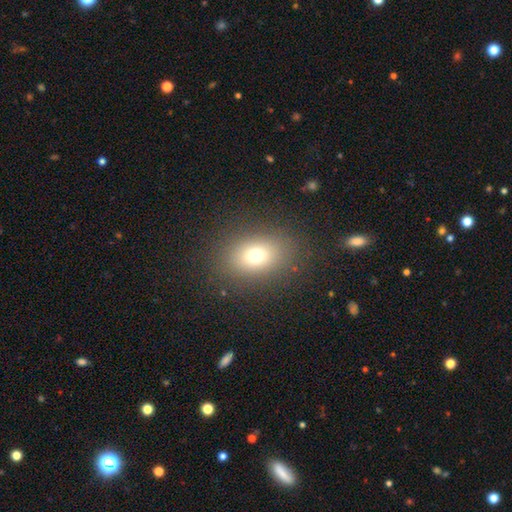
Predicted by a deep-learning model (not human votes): A smooth galaxy with no disk features (72%) that is in between round and cigar-shaped (63%). Merging: none (85%).